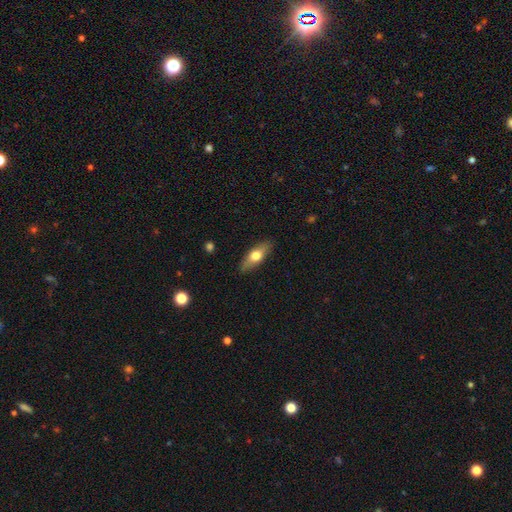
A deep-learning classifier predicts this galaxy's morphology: Smooth or featured? Predicted: smooth (p=0.62). How rounded? Predicted: in between (p=0.67). Merging? Predicted: none (p=0.87).